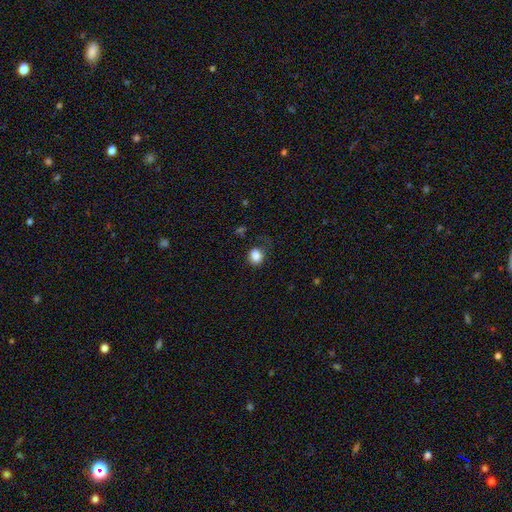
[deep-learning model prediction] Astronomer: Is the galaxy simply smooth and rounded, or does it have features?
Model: smooth — 85%.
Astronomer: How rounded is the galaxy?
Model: round — 66%.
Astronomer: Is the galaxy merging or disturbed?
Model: none — 68%.